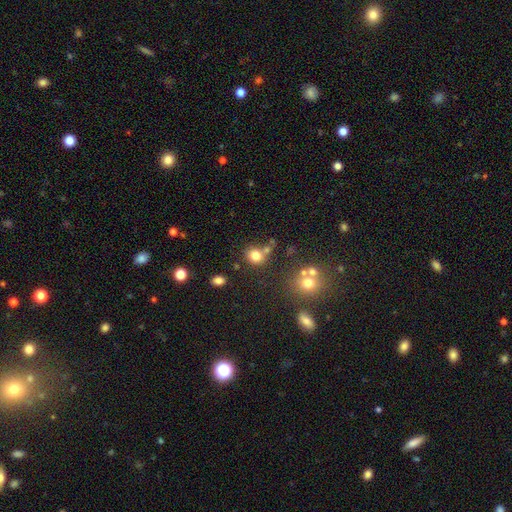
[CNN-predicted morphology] Smooth or featured? Predicted: smooth (p=0.78). How rounded? Predicted: round (p=0.71). Merging? Predicted: none (p=0.61).